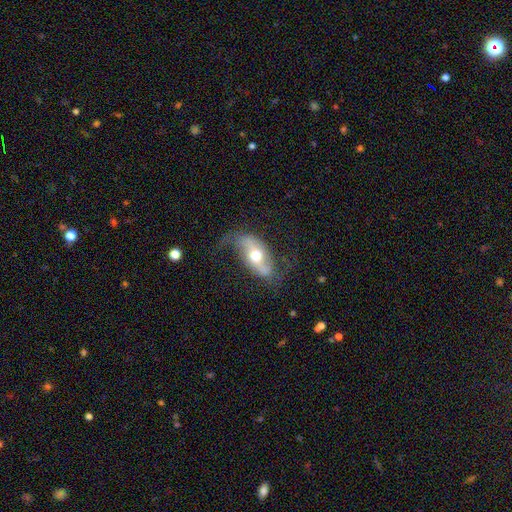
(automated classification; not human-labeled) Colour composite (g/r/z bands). It shows a featured or disk galaxy (75%) with no bar (40%), 2 (87%) loose (76%) spiral arms (85%) and a moderate central bulge (75%). Merging: none (62%).